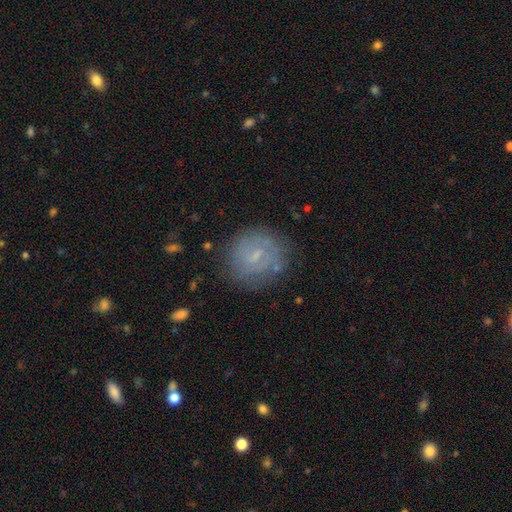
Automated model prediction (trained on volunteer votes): The model was most divided on "bar": weak: 55%, no: 31%, strong: 14%. More confident: edge-on disk — no (97%); merging — none (78%); spiral arms — yes (77%); bulge size — small (61%); smooth or featured — featured or disk (58%).